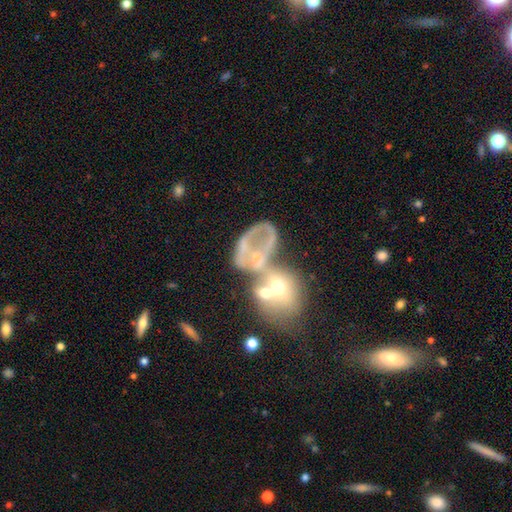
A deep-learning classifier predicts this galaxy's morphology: Q: Smooth or featured?
A: featured or disk (54%); runner-up: smooth (32%)
Q: Edge-on disk?
A: no (96%); runner-up: yes (4%)
Q: Bar?
A: no (84%); runner-up: weak (11%)
Q: Spiral arms?
A: no (80%); runner-up: yes (20%)
Q: Bulge size?
A: moderate (39%); runner-up: small (28%)
Q: Merging?
A: merger (57%); runner-up: major disturbance (21%)